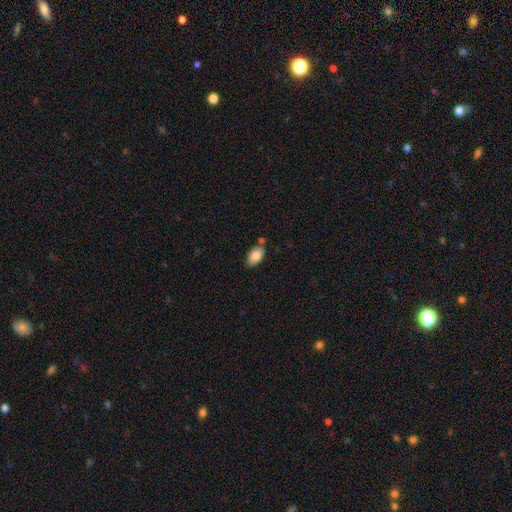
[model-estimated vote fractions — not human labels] smooth-or-featured: smooth: 82% | featured or disk: 11% | star or artifact: 7%
  how-rounded: in between: 92% | round: 6% | cigar-shaped: 2%
  merging: none: 72% | minor disturbance: 16% | merger: 9% | major disturbance: 3%